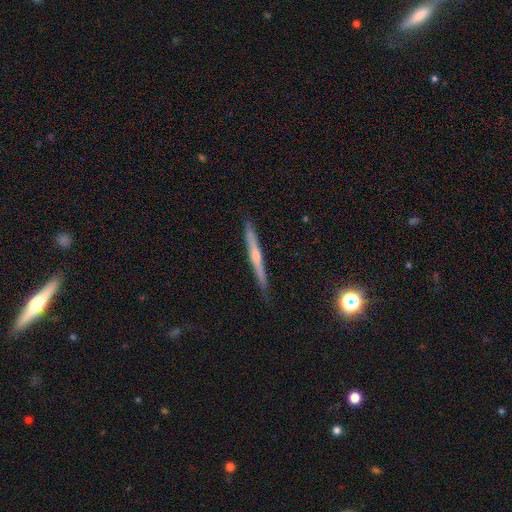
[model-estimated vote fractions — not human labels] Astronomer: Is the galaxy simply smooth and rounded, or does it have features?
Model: featured or disk — 64%.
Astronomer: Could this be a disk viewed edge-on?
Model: yes — 97%.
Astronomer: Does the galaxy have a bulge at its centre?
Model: rounded — 71%.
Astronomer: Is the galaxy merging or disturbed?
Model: none — 86%.